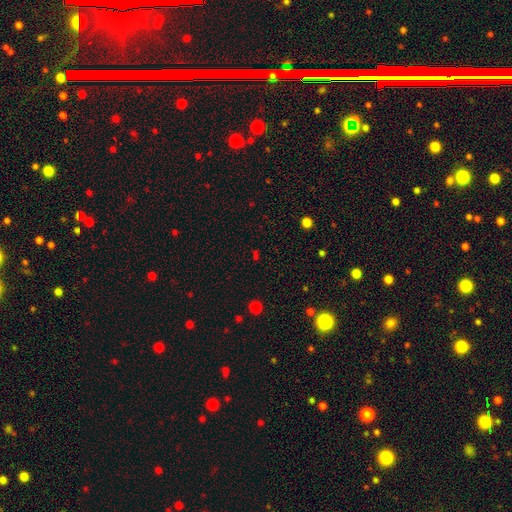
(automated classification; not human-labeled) Q: Smooth or featured?
A: star or artifact (57%); runner-up: smooth (36%)